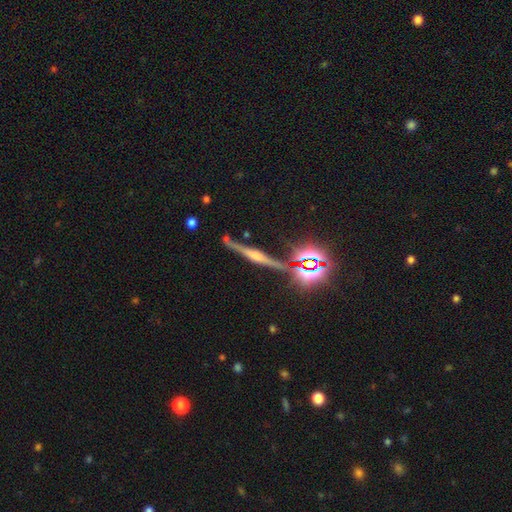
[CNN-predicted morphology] Smooth or featured? featured or disk (61%)
Edge-on disk? yes (91%)
Edge-on bulge? rounded (81%)
Merging? none (78%)